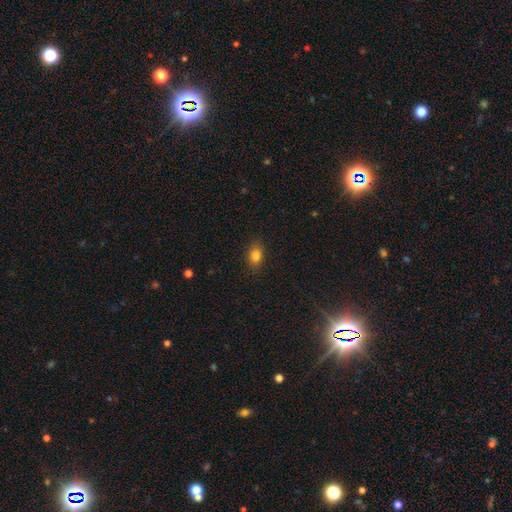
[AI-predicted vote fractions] The model was most divided on "how rounded": in between: 70%, round: 29%, cigar-shaped: 2%. More confident: merging — none (87%); smooth or featured — smooth (82%).